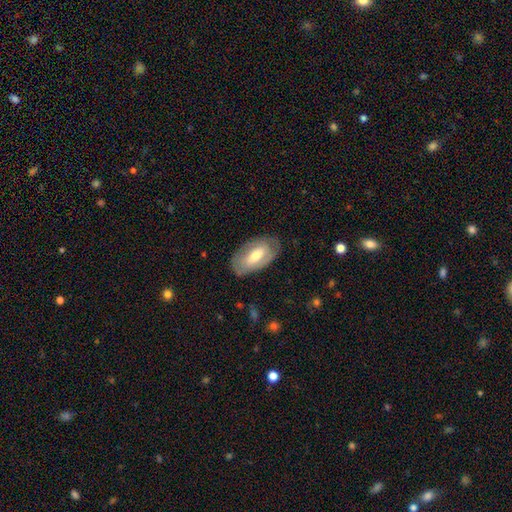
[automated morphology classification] Q: Smooth or featured?
A: featured or disk (48%); runner-up: smooth (46%)
Q: Merging?
A: none (77%); runner-up: minor disturbance (17%)